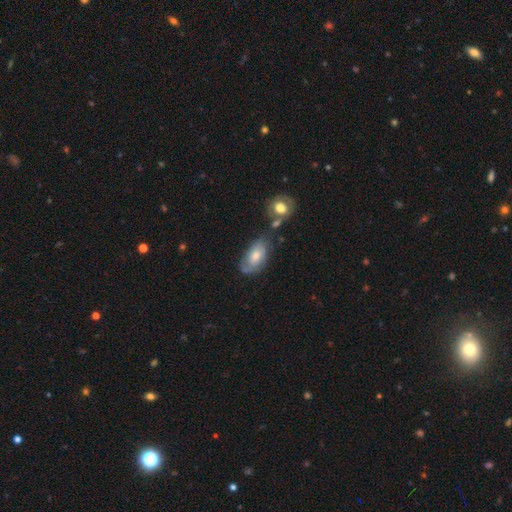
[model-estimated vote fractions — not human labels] Smooth or featured?
  - smooth: 57% *
  - featured or disk: 35%
  - star or artifact: 7%
How rounded?
  - in between: 91% *
  - round: 6%
  - cigar-shaped: 3%
Merging?
  - none: 47% *
  - minor disturbance: 27%
  - merger: 15%
  - major disturbance: 11%